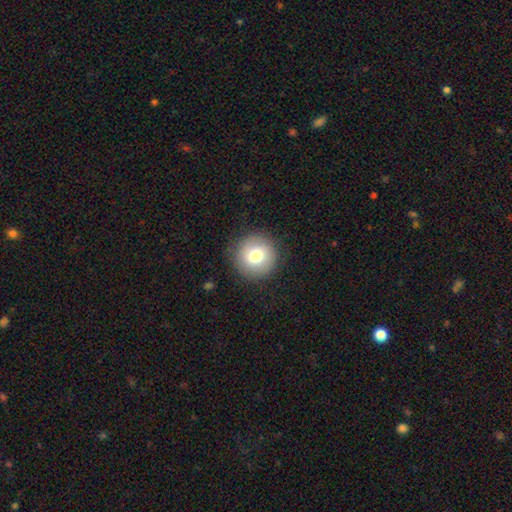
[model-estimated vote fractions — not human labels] This appears to be a smooth galaxy with no disk features (77%) that is round (95%). Merging: none (89%).